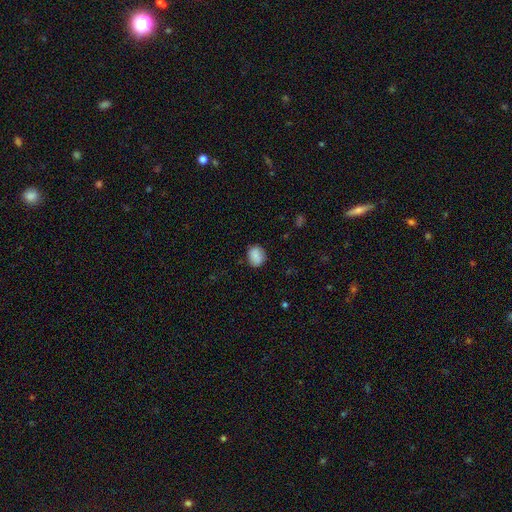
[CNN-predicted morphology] smooth-or-featured: smooth: 85% | star or artifact: 8% | featured or disk: 7%
  how-rounded: round: 54% | in between: 45% | cigar-shaped: 1%
  merging: none: 79% | minor disturbance: 16% | major disturbance: 4% | merger: 1%